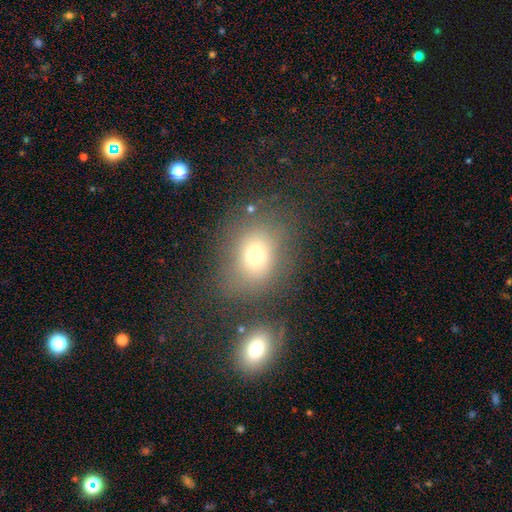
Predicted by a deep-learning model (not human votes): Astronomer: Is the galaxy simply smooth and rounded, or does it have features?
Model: smooth — 72%.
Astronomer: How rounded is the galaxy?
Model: in between — 49%, tied with round at 49%.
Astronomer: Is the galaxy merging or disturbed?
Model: none — 64%.